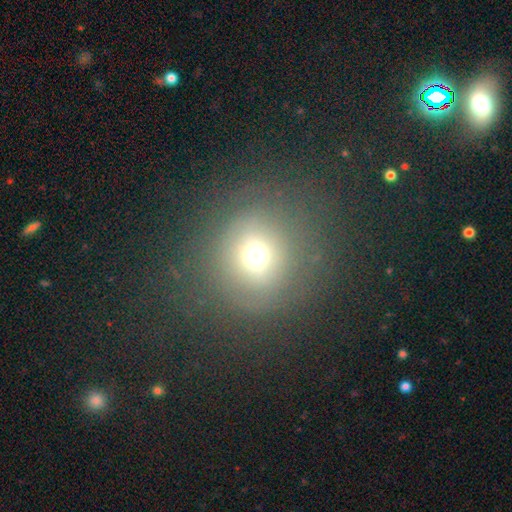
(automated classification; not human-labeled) Smooth or featured? Predicted: smooth (p=0.64). How rounded? Predicted: round (p=0.91). Merging? Predicted: none (p=0.78).